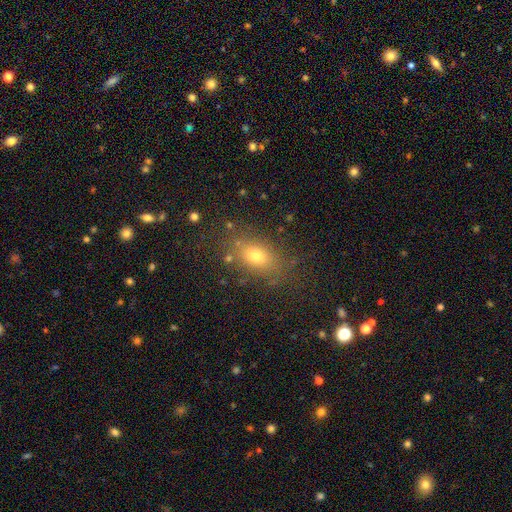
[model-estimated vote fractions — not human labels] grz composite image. It shows a smooth galaxy with no disk features (74%) that is in between round and cigar-shaped (80%). Merging: none (78%).